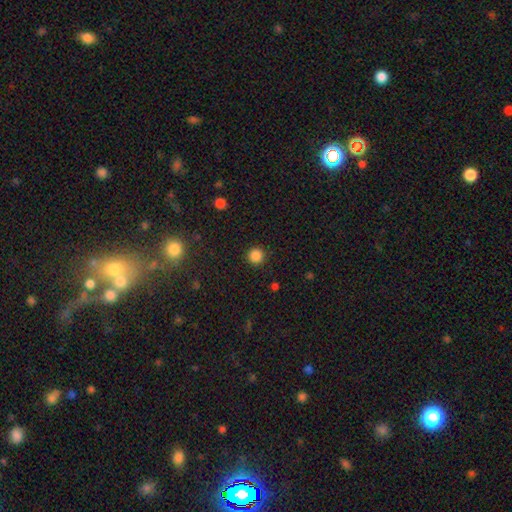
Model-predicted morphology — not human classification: Smooth or featured: smooth — 85% (star or artifact — 12%)
How rounded: round — 95% (in between — 4%)
Merging: none — 91% (minor disturbance — 5%)